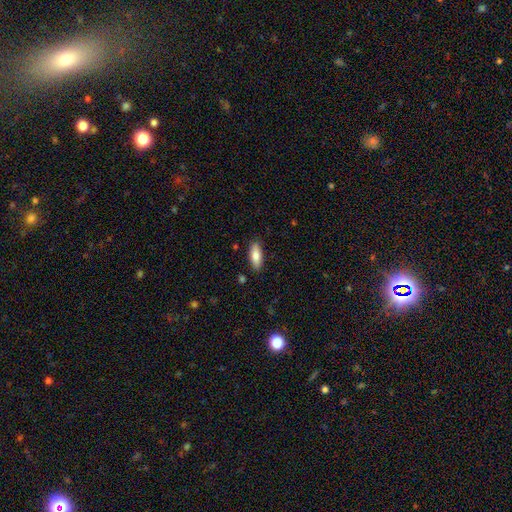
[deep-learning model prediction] A smooth galaxy with no disk features (79%) that is in between round and cigar-shaped (67%). Merging: none (86%).